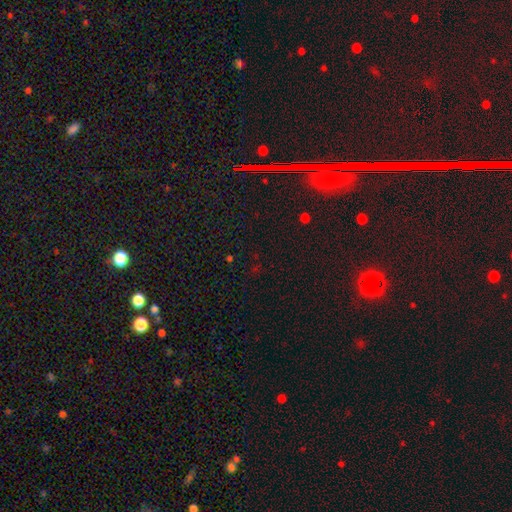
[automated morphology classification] Smooth or featured? Predicted: star or artifact (p=0.65).